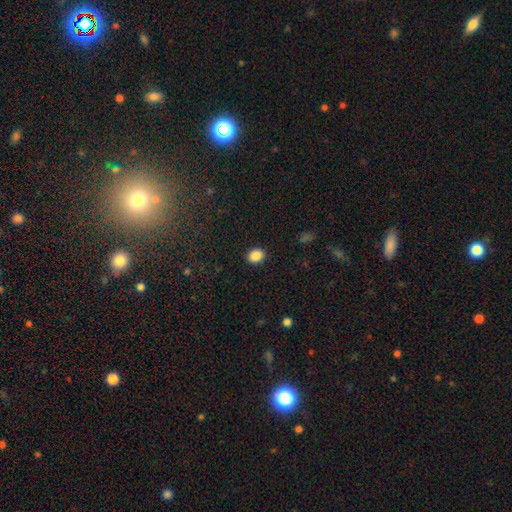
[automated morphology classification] Smooth or featured?
  - smooth: 87% *
  - star or artifact: 9%
  - featured or disk: 3%
How rounded?
  - round: 54% *
  - in between: 45%
  - cigar-shaped: 1%
Merging?
  - none: 90% *
  - minor disturbance: 7%
  - major disturbance: 2%
  - merger: 1%